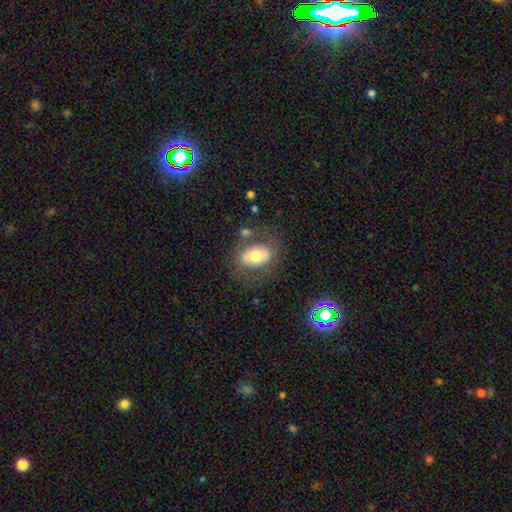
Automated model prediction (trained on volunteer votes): This appears to be a smooth galaxy with no disk features (62%) that is in between round and cigar-shaped (82%). Merging: none (66%).